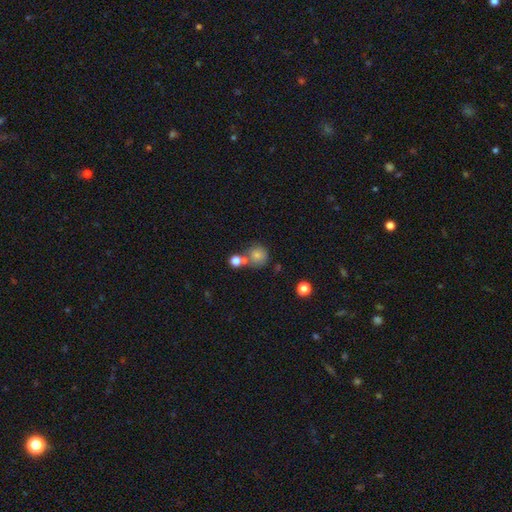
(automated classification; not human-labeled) Q: Smooth or featured?
A: smooth (77%); runner-up: star or artifact (12%)
Q: How rounded?
A: round (90%); runner-up: in between (9%)
Q: Merging?
A: none (59%); runner-up: merger (26%)